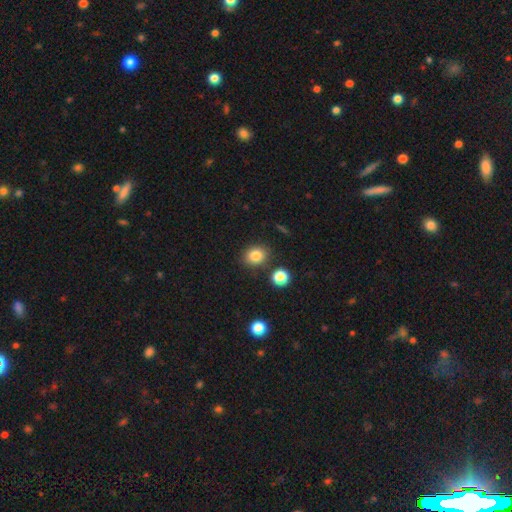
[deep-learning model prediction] This is clearly a smooth galaxy (83%). How rounded: likely round (62%). Merging: clearly none (83%).